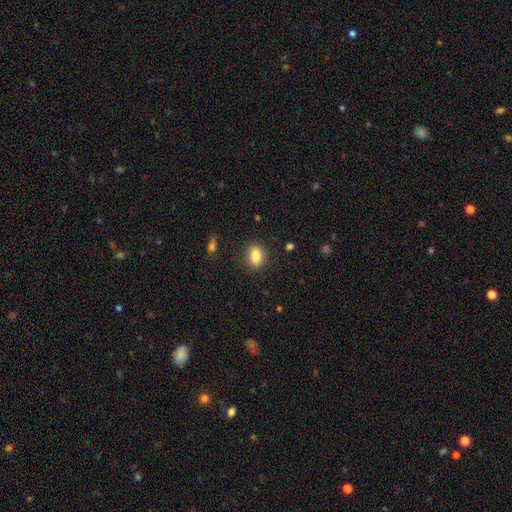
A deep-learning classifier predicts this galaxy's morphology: This is clearly a smooth galaxy (82%). How rounded: likely in between (75%). Merging: clearly none (85%).